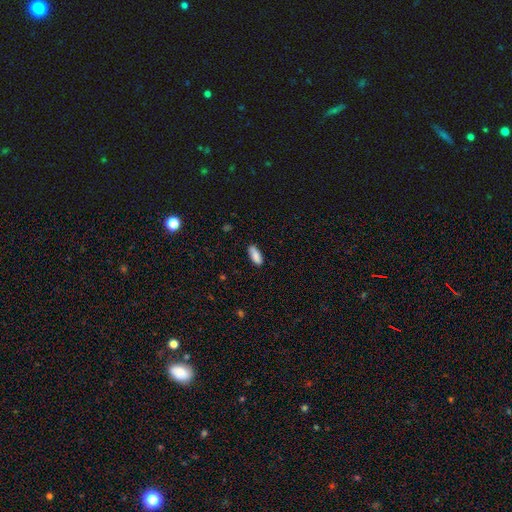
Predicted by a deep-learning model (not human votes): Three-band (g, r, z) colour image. It shows a smooth galaxy with no disk features (88%) that is in between round and cigar-shaped (77%). Merging: none (81%).